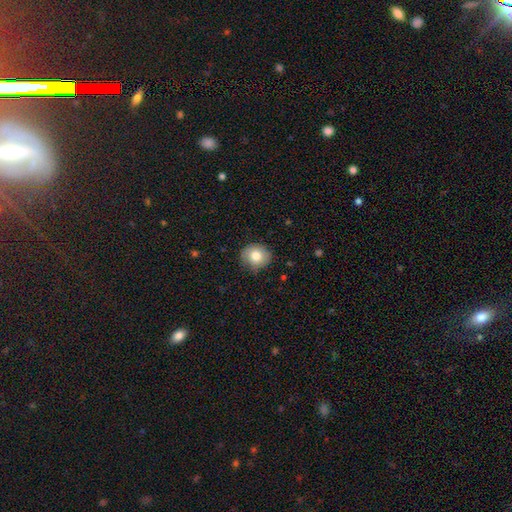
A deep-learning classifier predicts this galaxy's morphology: smooth-or-featured: smooth: 80% | featured or disk: 12% | star or artifact: 9%
  how-rounded: round: 82% | in between: 18% | cigar-shaped: 1%
  merging: none: 82% | minor disturbance: 14% | major disturbance: 3% | merger: 1%